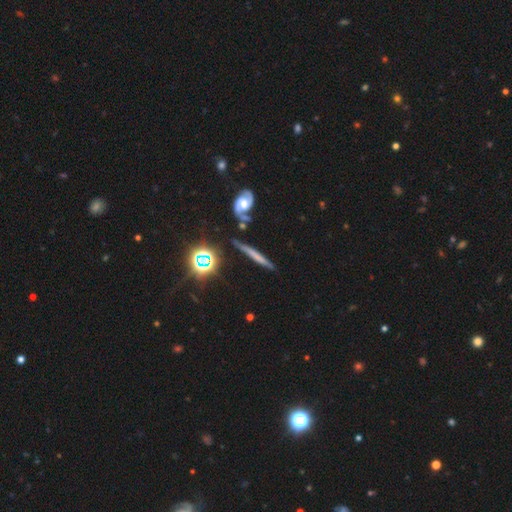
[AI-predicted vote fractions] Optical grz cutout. It shows a featured or disk galaxy (47%). Merging: none (73%).